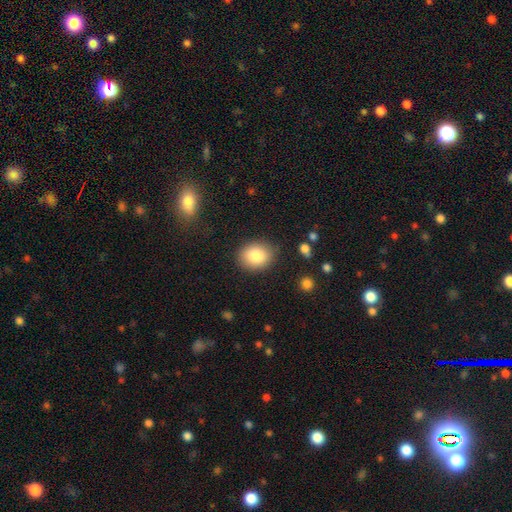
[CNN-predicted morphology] type=smooth (84%); roundness=round (55%); merging=none (84%).